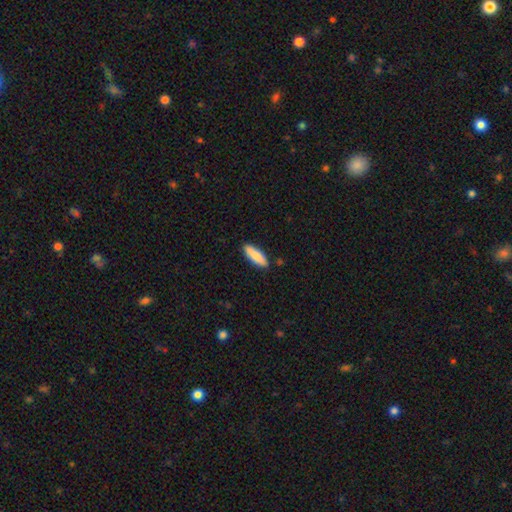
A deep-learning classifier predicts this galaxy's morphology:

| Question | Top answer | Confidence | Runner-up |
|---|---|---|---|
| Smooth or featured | smooth | 87% | featured or disk (8%) |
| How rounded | in between | 57% | cigar-shaped (41%) |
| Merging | none | 86% | minor disturbance (11%) |